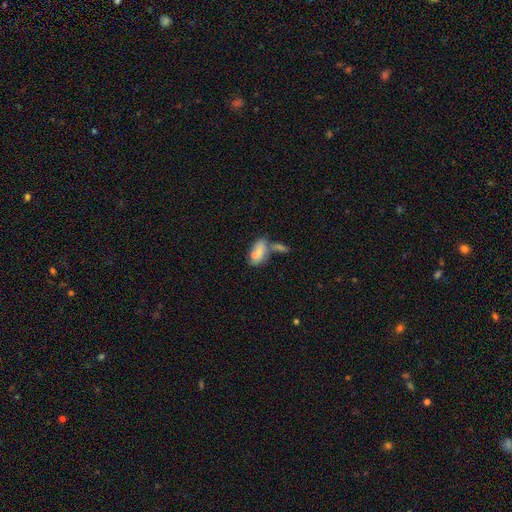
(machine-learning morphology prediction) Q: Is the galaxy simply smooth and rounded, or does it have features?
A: smooth — 61%.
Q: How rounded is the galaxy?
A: in between — 87%.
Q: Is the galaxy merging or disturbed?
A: merger — 49%.